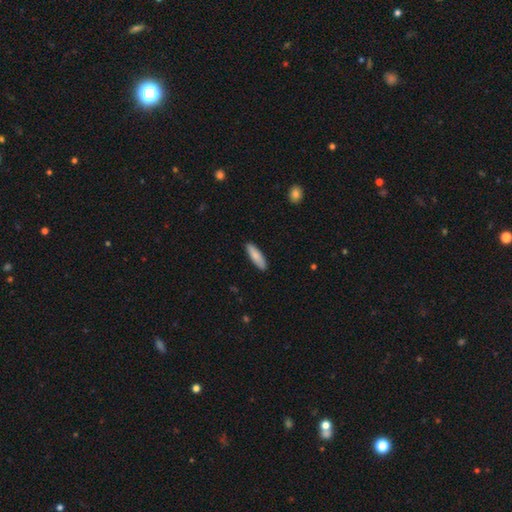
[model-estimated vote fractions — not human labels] Smooth or featured? smooth (83%)
How rounded? cigar-shaped (61%)
Merging? none (89%)